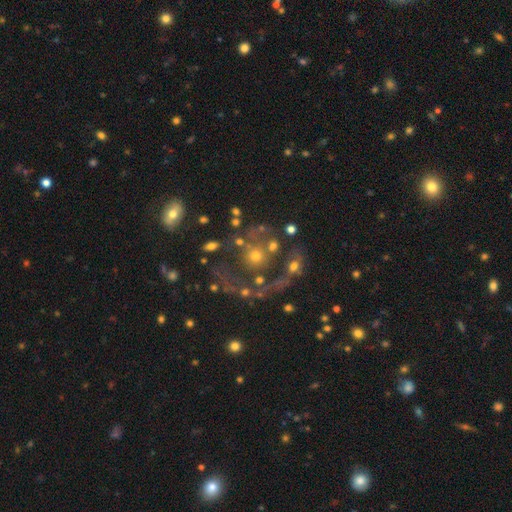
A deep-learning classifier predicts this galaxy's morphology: A featured or disk galaxy (45%).

Vote fractions:
- Smooth or featured? featured or disk: 45% / smooth: 36% / star or artifact: 18%
- Merging? none: 51% / major disturbance: 20% / merger: 15% / minor disturbance: 14%